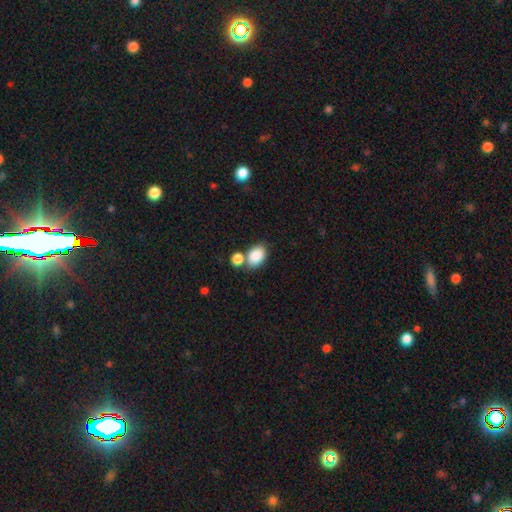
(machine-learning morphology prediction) Q: Smooth or featured?
A: smooth (87%); runner-up: star or artifact (8%)
Q: How rounded?
A: in between (83%); runner-up: round (16%)
Q: Merging?
A: none (55%); runner-up: merger (29%)